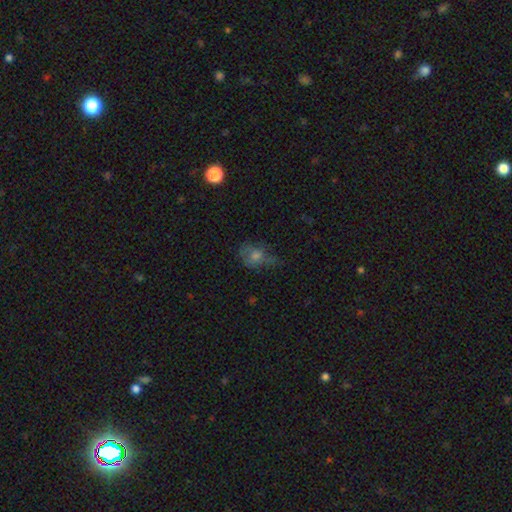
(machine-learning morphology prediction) smooth 53%, featured or disk 28%, star or artifact 18%. Down the decision tree: how rounded — in between (54%); merging — none (41%).